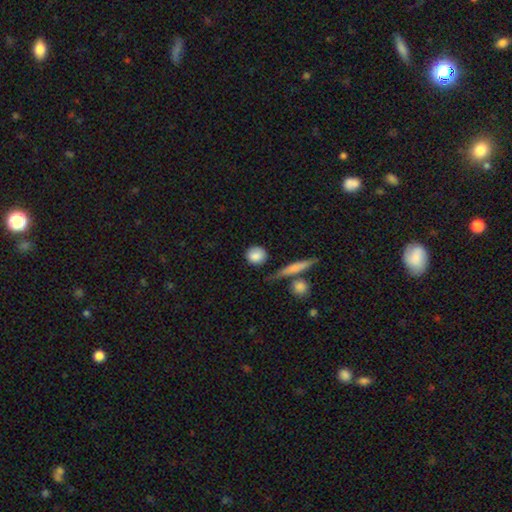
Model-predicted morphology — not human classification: smooth-or-featured: smooth: 85% | featured or disk: 8% | star or artifact: 7%
  how-rounded: round: 84% | in between: 13% | cigar-shaped: 3%
  merging: none: 77% | minor disturbance: 13% | merger: 5% | major disturbance: 5%